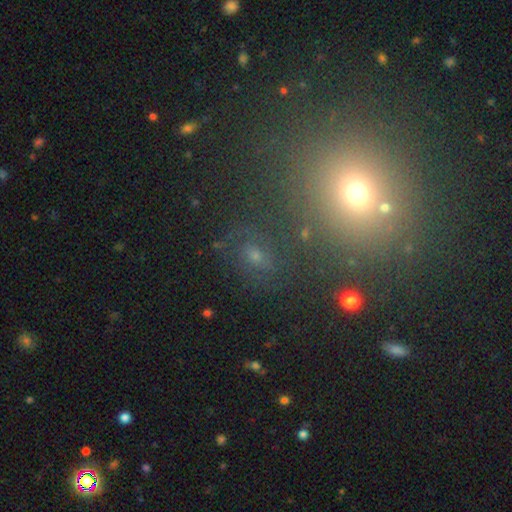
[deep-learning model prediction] smooth 39%, star or artifact 37%, featured or disk 24%. Down the decision tree: merging — none (73%).